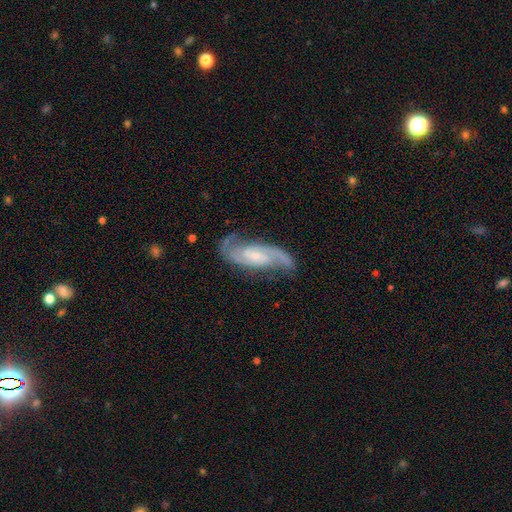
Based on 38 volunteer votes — smooth_or_featured: featured or disk (p=0.92) [alt: smooth p=0.08]
disk_edge_on: no (p=0.97) [alt: yes p=0.03]
bar: weak (p=0.47) [alt: no p=0.41]
has_spiral_arms: yes (p=1.00)
spiral_winding: medium (p=0.56) [alt: tight p=0.35]
spiral_arm_count: 2 (p=0.97) [alt: 1 p=0.03]
bulge_size: small (p=0.59) [alt: moderate p=0.38]
merging: none (p=0.74) [alt: minor disturbance p=0.21]